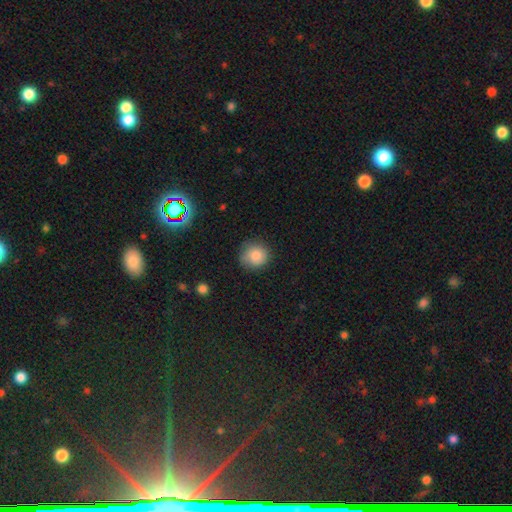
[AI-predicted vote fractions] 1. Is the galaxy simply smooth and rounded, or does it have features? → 85% smooth, 9% star or artifact, 6% featured or disk.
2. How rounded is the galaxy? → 89% round, 10% in between, 1% cigar-shaped.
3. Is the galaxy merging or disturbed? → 78% none, 17% minor disturbance, 4% major disturbance, 1% merger.